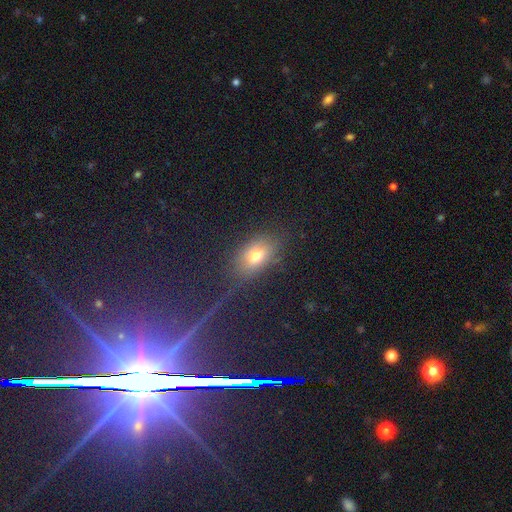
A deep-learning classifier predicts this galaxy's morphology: This appears to be a smooth galaxy with no disk features (70%) that is in between round and cigar-shaped (81%). Merging: none (79%).